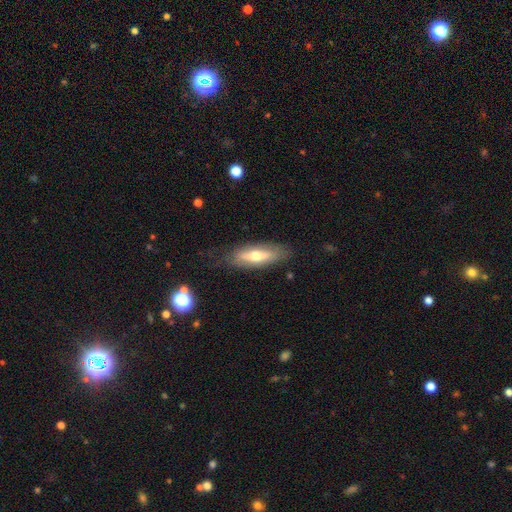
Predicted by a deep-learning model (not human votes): Q: Smooth or featured?
A: smooth (51%); runner-up: featured or disk (42%)
Q: How rounded?
A: in between (56%); runner-up: cigar-shaped (42%)
Q: Merging?
A: none (75%); runner-up: minor disturbance (17%)